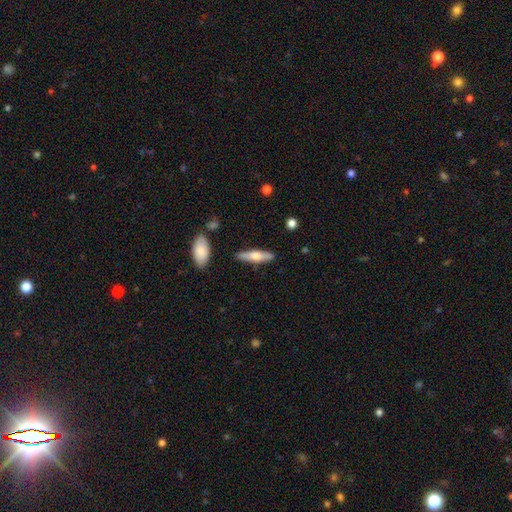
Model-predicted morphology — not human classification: Q: Smooth or featured?
A: smooth (57%); runner-up: featured or disk (38%)
Q: How rounded?
A: cigar-shaped (71%); runner-up: in between (27%)
Q: Merging?
A: none (85%); runner-up: minor disturbance (10%)